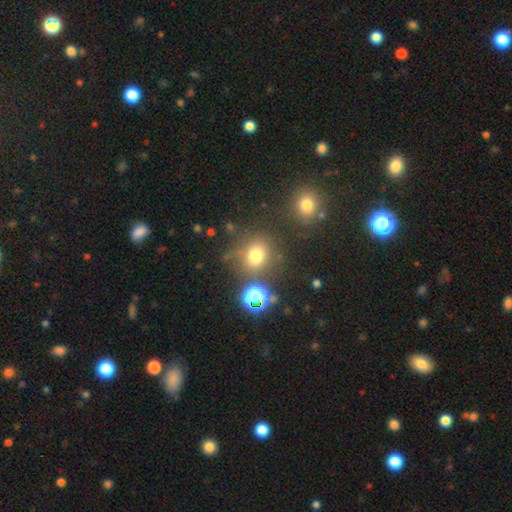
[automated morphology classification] The model was most divided on "smooth or featured": smooth: 70%, star or artifact: 21%, featured or disk: 9%. More confident: how rounded — round (81%); merging — none (73%).